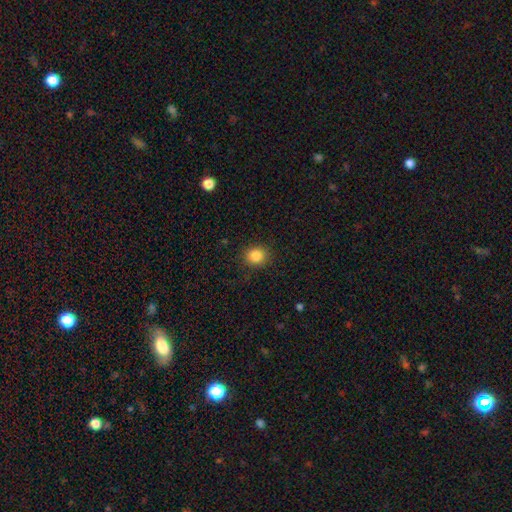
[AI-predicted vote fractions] This is clearly a smooth galaxy (85%). How rounded: likely round (80%). Merging: clearly none (88%).